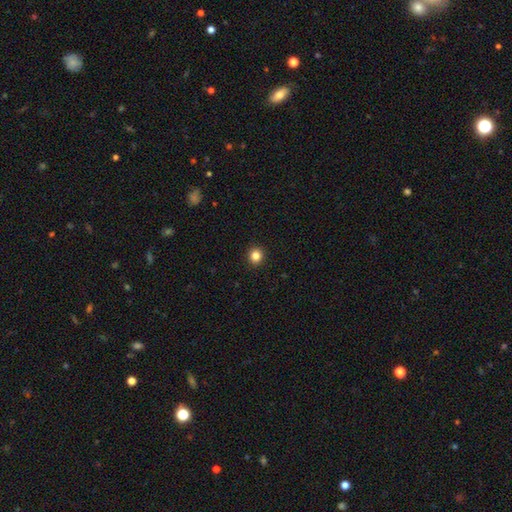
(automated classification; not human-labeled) Overall: smooth (83%). How rounded: round (89%). Merging: none (93%).